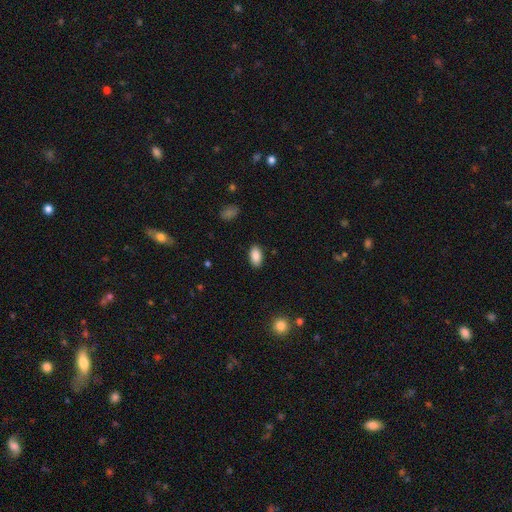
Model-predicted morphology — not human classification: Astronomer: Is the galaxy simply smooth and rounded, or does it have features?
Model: smooth — 88%.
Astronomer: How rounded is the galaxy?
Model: in between — 93%.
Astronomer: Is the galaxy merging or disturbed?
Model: none — 89%.